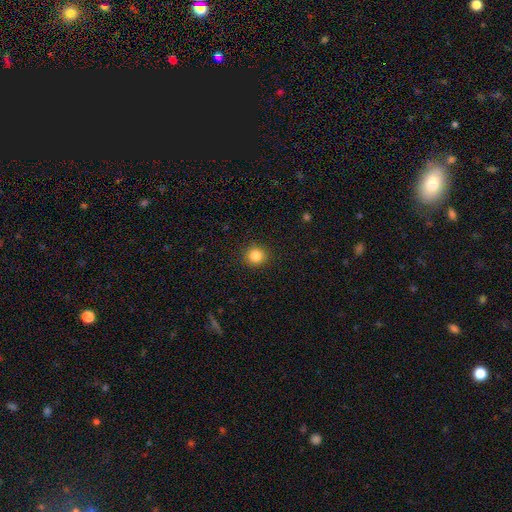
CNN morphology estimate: This appears to be a smooth galaxy with no disk features (85%) that is round (91%). Merging: none (91%).